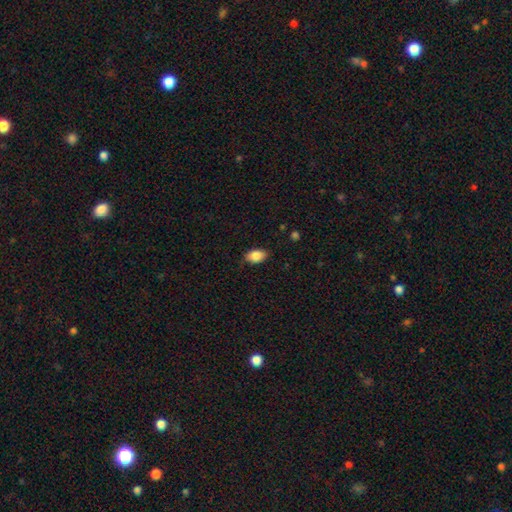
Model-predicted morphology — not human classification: smooth 87%, star or artifact 7%, featured or disk 6%. Down the decision tree: how rounded — in between (89%); merging — none (82%).